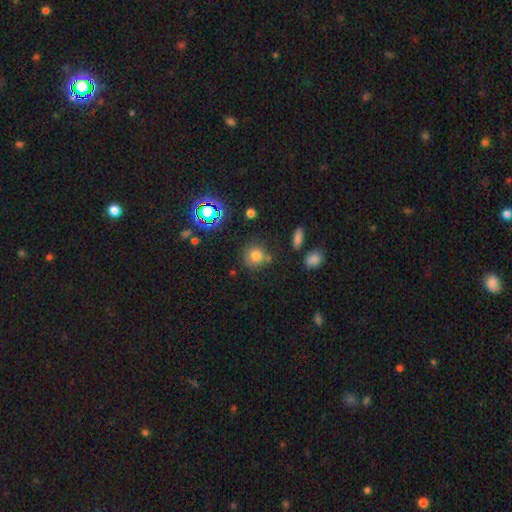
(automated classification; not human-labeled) smooth-or-featured: smooth: 72% | star or artifact: 19% | featured or disk: 9%
  how-rounded: round: 87% | in between: 12% | cigar-shaped: 1%
  merging: none: 71% | minor disturbance: 14% | merger: 9% | major disturbance: 5%